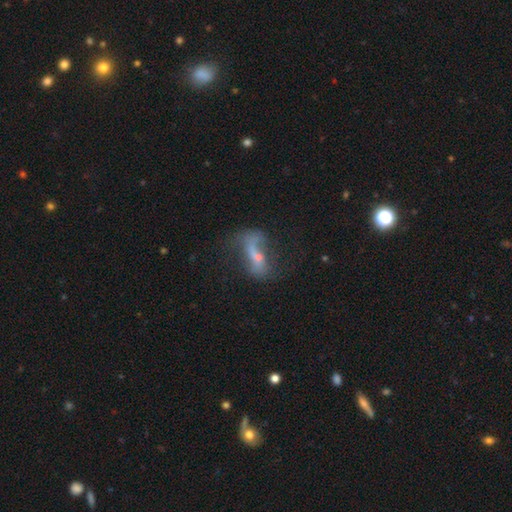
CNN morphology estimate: A featured or disk galaxy (65%) with no bar (42%), spiral arms (69%) and a small central bulge (61%).

Vote fractions:
- Smooth or featured? featured or disk: 65% / smooth: 24% / star or artifact: 11%
- Edge-on disk? no: 87% / yes: 13%
- Bar? no: 42% / weak: 30% / strong: 28%
- Spiral arms? yes: 69% / no: 31%
- Bulge size? small: 61% / moderate: 28% / none: 8% / large: 2% / dominant: 1%
- Merging? none: 43% / major disturbance: 30% / minor disturbance: 22% / merger: 6%